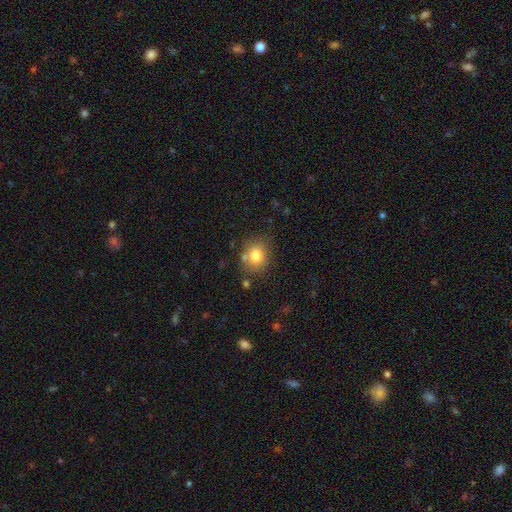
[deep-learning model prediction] Overall: smooth (78%). How rounded: round (66%; in between 33%). Merging: none (74%).